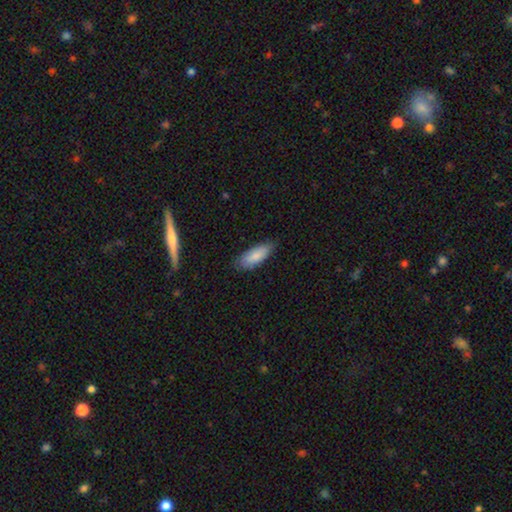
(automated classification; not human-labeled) Q: Smooth or featured?
A: smooth (85%); runner-up: featured or disk (9%)
Q: How rounded?
A: in between (76%); runner-up: cigar-shaped (22%)
Q: Merging?
A: none (81%); runner-up: minor disturbance (15%)